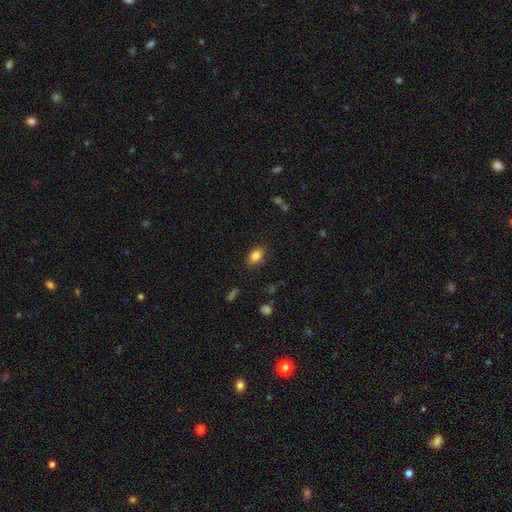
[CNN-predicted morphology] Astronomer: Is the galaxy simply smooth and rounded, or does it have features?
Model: smooth — 84%.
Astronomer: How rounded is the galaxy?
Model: in between — 85%.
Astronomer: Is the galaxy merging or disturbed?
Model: none — 83%.